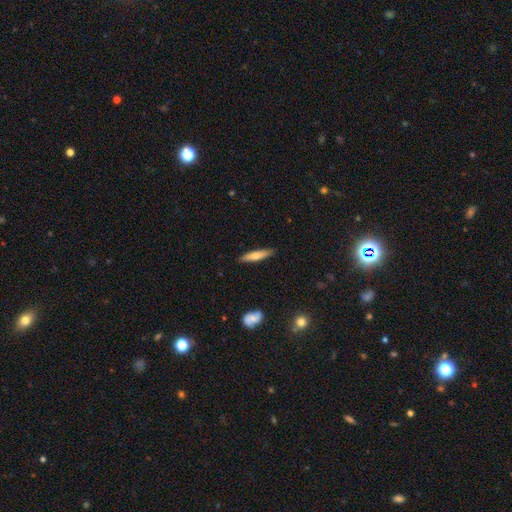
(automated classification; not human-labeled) This appears to be a smooth galaxy with no disk features (62%) that is cigar-shaped (88%). Merging: none (88%).